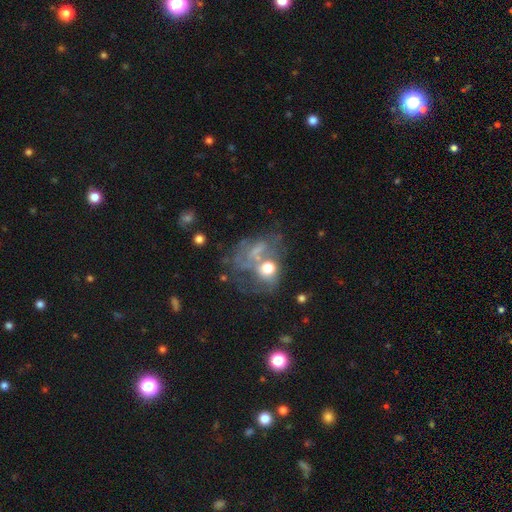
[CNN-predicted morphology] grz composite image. It shows a featured or disk galaxy (51%). Merging: major disturbance (31%).